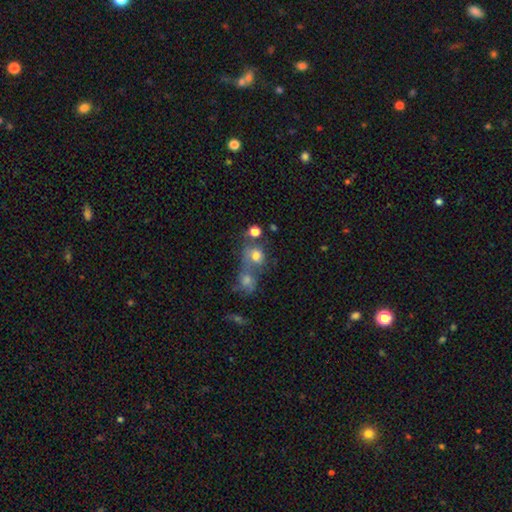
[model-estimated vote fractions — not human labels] Overall: smooth (70%). How rounded: round (67%; in between 32%). Merging: merger (59%; none 25%).